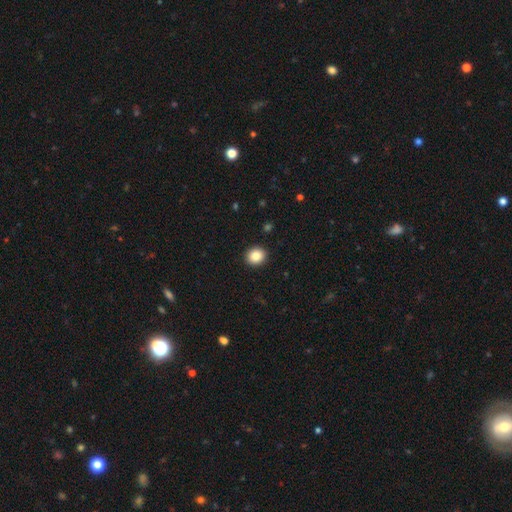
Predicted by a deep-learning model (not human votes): Morphology: type=smooth (87%); roundness=round (73%); merging=none (92%).